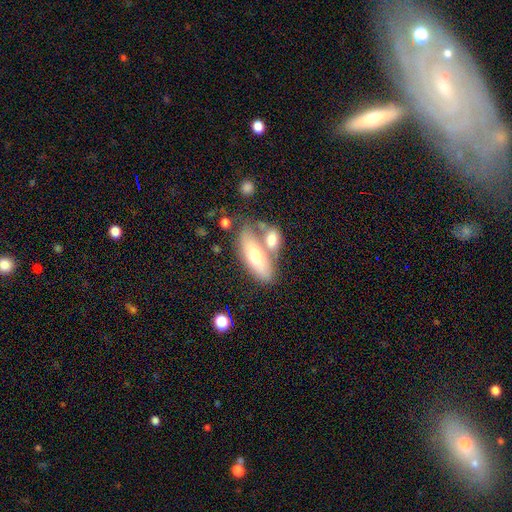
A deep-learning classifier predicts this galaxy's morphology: Smooth or featured?
  - smooth: 60% *
  - featured or disk: 33%
  - star or artifact: 7%
How rounded?
  - in between: 73% *
  - cigar-shaped: 24%
  - round: 4%
Merging?
  - merger: 44% *
  - none: 39%
  - minor disturbance: 12%
  - major disturbance: 5%